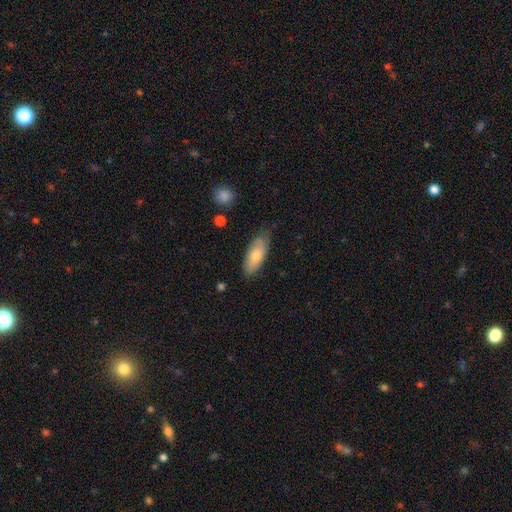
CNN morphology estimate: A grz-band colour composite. It shows a smooth galaxy with no disk features (66%) that is in between round and cigar-shaped (77%). Merging: none (72%).